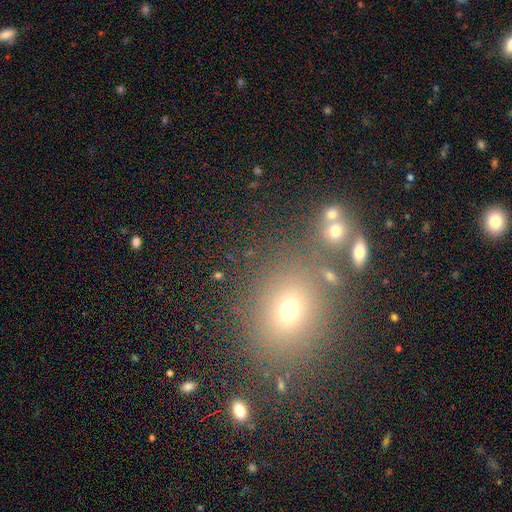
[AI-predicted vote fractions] smooth_or_featured: smooth (p=0.55) [alt: star or artifact p=0.34]
how_rounded: round (p=0.65) [alt: in between p=0.34]
merging: none (p=0.79) [alt: minor disturbance p=0.09]